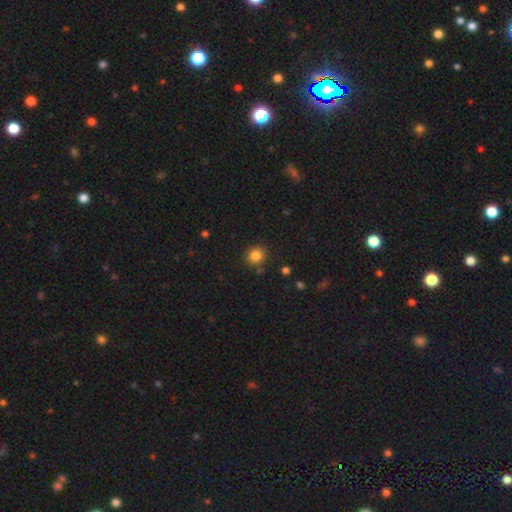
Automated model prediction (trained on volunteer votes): Smooth or featured?
  - smooth: 84% *
  - star or artifact: 12%
  - featured or disk: 5%
How rounded?
  - round: 90% *
  - in between: 9%
  - cigar-shaped: 1%
Merging?
  - none: 86% *
  - minor disturbance: 8%
  - merger: 4%
  - major disturbance: 2%